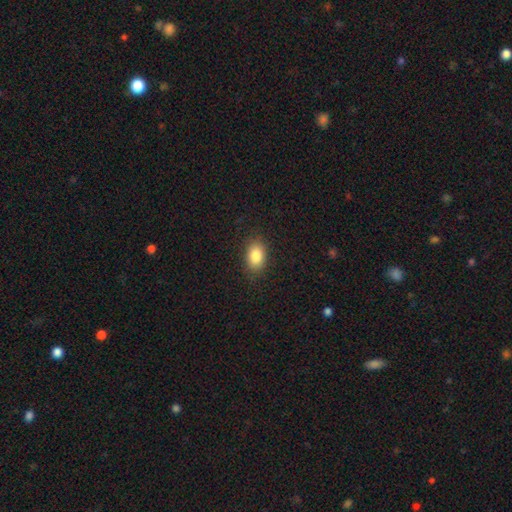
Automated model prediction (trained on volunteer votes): smooth-or-featured: smooth: 85% | star or artifact: 8% | featured or disk: 7%
  how-rounded: in between: 84% | round: 15% | cigar-shaped: 1%
  merging: none: 87% | minor disturbance: 10% | major disturbance: 3% | merger: 1%